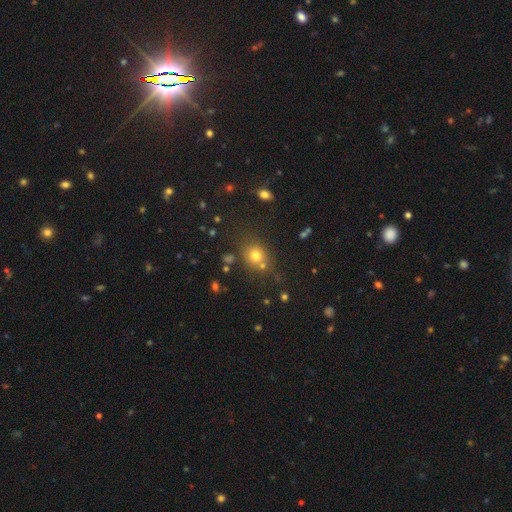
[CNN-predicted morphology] The model was most divided on "smooth or featured": smooth: 70%, star or artifact: 20%, featured or disk: 10%. More confident: how rounded — round (76%); merging — none (69%).